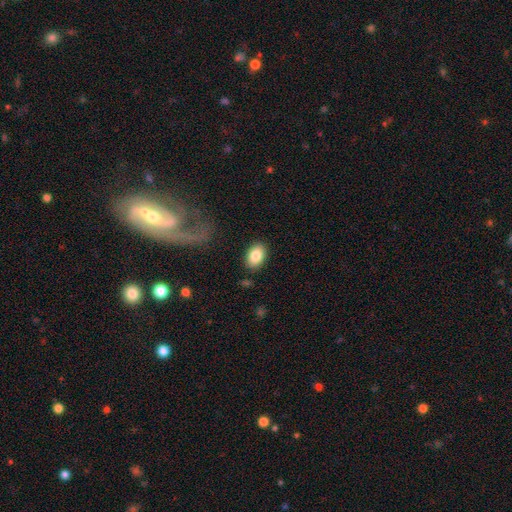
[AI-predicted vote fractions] Q: Smooth or featured?
A: smooth (85%); runner-up: featured or disk (8%)
Q: How rounded?
A: in between (86%); runner-up: round (13%)
Q: Merging?
A: none (86%); runner-up: minor disturbance (9%)